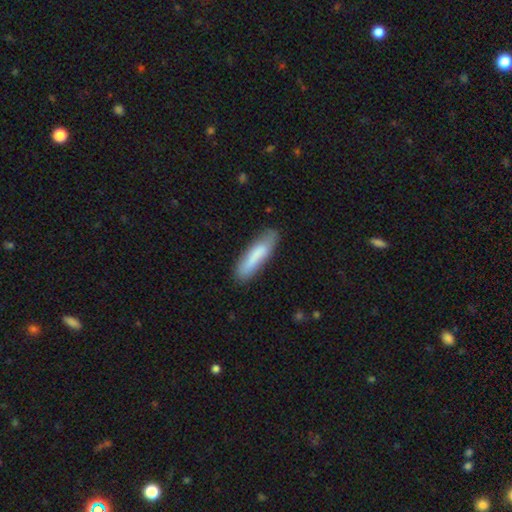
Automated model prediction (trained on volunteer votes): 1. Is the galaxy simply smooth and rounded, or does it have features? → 77% smooth, 18% featured or disk, 6% star or artifact.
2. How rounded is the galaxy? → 71% cigar-shaped, 27% in between, 1% round.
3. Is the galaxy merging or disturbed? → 73% none, 21% minor disturbance, 4% major disturbance, 2% merger.